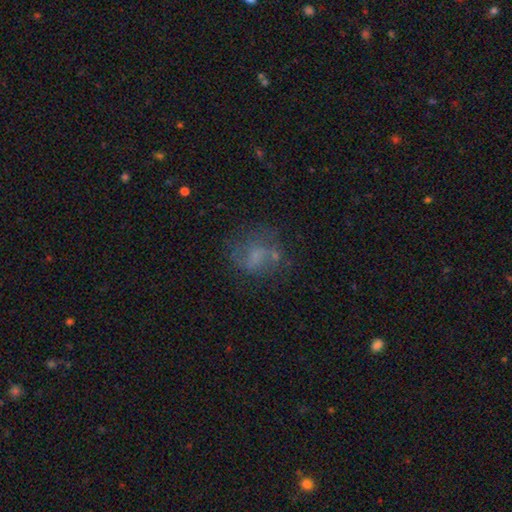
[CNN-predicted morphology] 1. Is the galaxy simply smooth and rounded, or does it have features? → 45% featured or disk, 40% smooth, 15% star or artifact.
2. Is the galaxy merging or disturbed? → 51% none, 21% major disturbance, 20% minor disturbance, 7% merger.